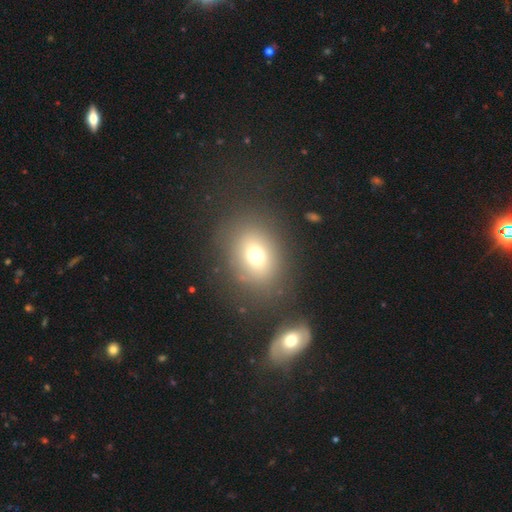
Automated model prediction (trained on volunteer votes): smooth 69%, star or artifact 16%, featured or disk 15%. Down the decision tree: how rounded — in between (52%); merging — none (73%).